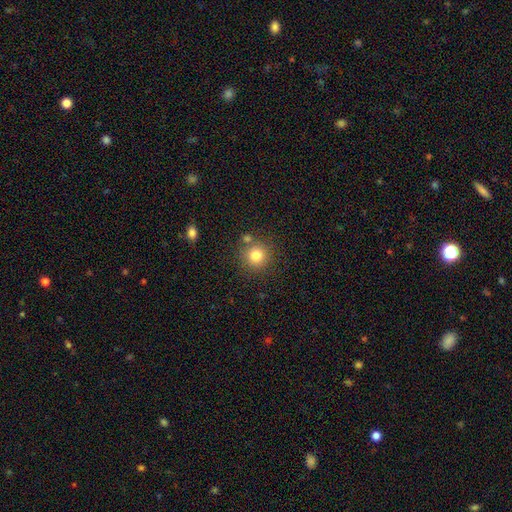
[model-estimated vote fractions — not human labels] Smooth or featured: smooth — 81% (star or artifact — 12%)
How rounded: round — 93% (in between — 6%)
Merging: none — 77% (merger — 11%)